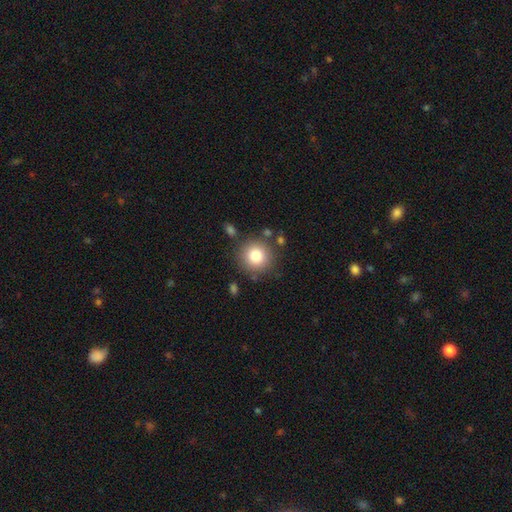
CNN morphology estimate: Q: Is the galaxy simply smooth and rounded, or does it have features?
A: smooth — 81%.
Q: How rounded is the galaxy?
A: round — 94%.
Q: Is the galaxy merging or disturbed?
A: none — 83%.